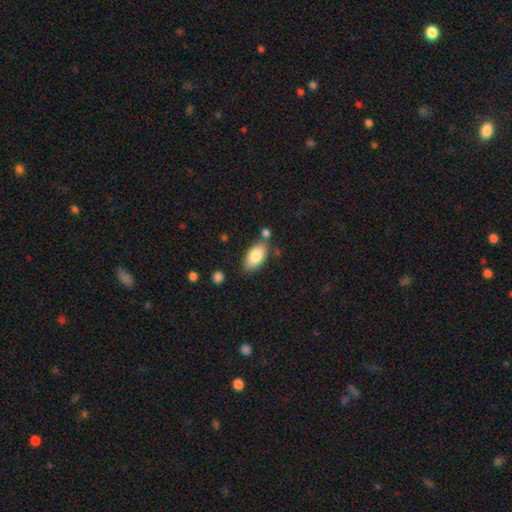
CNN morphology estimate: Smooth or featured? Predicted: smooth (p=0.82). How rounded? Predicted: in between (p=0.92). Merging? Predicted: none (p=0.72).